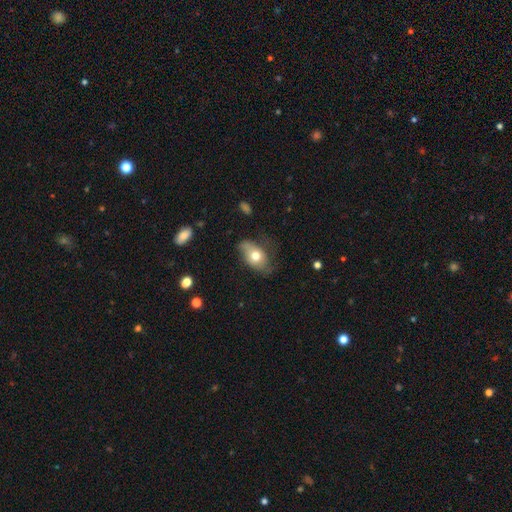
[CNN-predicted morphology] This is likely a smooth galaxy (66%). How rounded: clearly in between (83%). Merging: possibly none (46%).